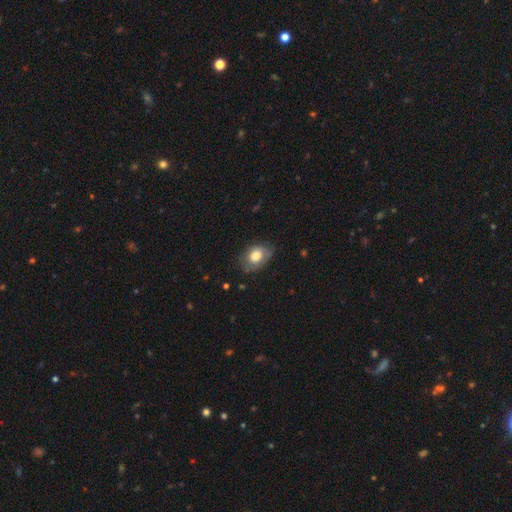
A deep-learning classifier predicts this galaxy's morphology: Smooth or featured: smooth — 73% (featured or disk — 20%)
How rounded: in between — 78% (round — 21%)
Merging: none — 67% (minor disturbance — 25%)